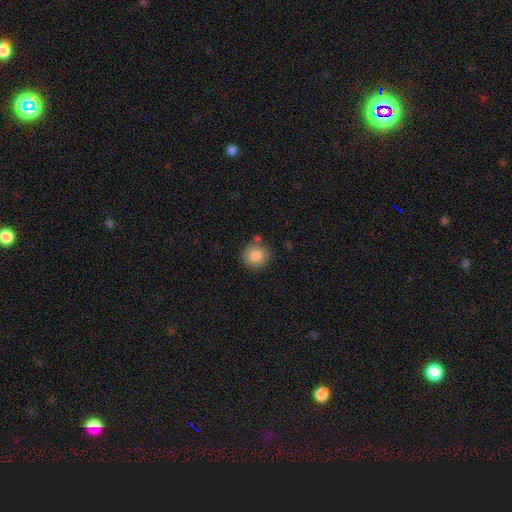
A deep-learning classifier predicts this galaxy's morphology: A smooth galaxy with no disk features (84%) that is round (92%). Merging: none (78%).